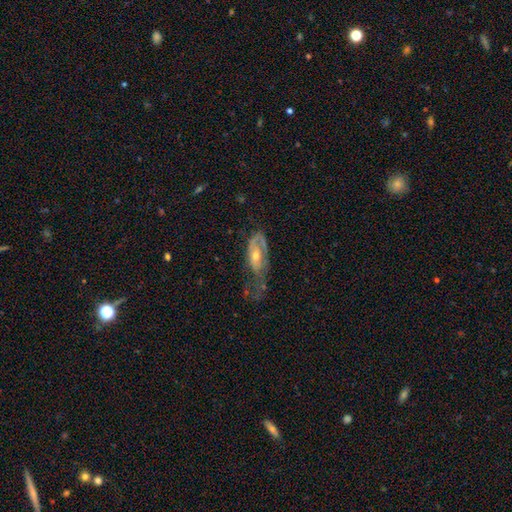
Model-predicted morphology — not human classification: A featured or disk galaxy (63%) with no bar (72%), spiral arms (60%) and a moderate central bulge (58%).

Vote fractions:
- Smooth or featured? featured or disk: 63% / smooth: 31% / star or artifact: 7%
- Edge-on disk? no: 88% / yes: 12%
- Bar? no: 72% / weak: 22% / strong: 6%
- Spiral arms? yes: 60% / no: 40%
- Bulge size? moderate: 58% / small: 35% / large: 4% / none: 2% / dominant: 1%
- Merging? major disturbance: 47% / minor disturbance: 25% / none: 24% / merger: 4%